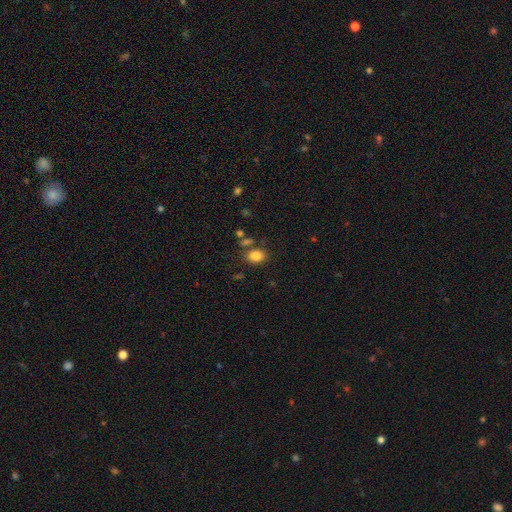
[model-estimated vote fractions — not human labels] A smooth galaxy with no disk features (83%) that is in between round and cigar-shaped (61%). Merging: none (73%).